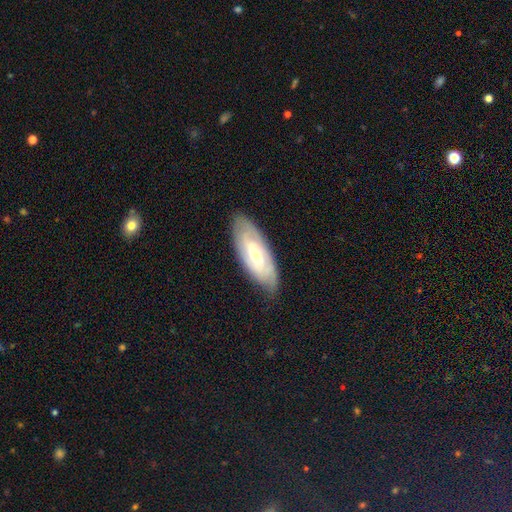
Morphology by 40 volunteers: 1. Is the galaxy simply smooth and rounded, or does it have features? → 62% featured or disk, 32% smooth, 5% star or artifact.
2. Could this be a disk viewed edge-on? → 88% no, 12% yes.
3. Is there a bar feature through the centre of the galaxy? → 64% no, 32% weak, 5% strong.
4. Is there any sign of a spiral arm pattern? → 86% yes, 14% no.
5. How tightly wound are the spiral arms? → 74% tight, 21% medium, 5% loose.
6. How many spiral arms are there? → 47% can't tell, 26% 3, 16% 2, 11% 4, 0% 1, 0% more than 4.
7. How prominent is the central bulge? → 64% small, 36% moderate, 0% dominant, 0% large, 0% none.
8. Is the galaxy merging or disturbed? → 87% none, 13% minor disturbance, 0% major disturbance, 0% merger.